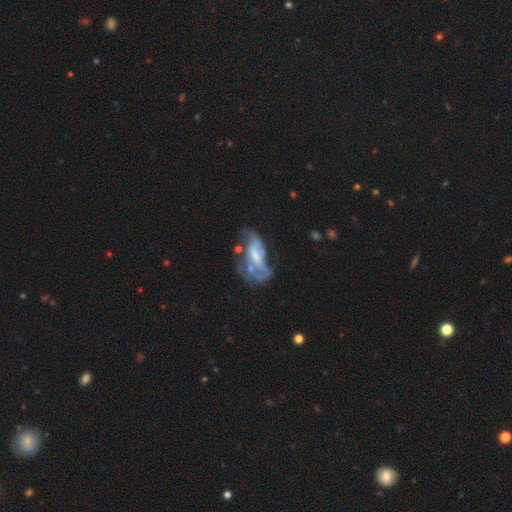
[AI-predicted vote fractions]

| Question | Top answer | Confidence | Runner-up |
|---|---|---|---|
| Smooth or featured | featured or disk | 64% | smooth (26%) |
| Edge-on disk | no | 91% | yes (9%) |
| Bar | no | 46% | weak (34%) |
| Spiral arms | no | 53% | yes (47%) |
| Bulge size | small | 35% | moderate (33%) |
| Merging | major disturbance | 39% | none (24%) |